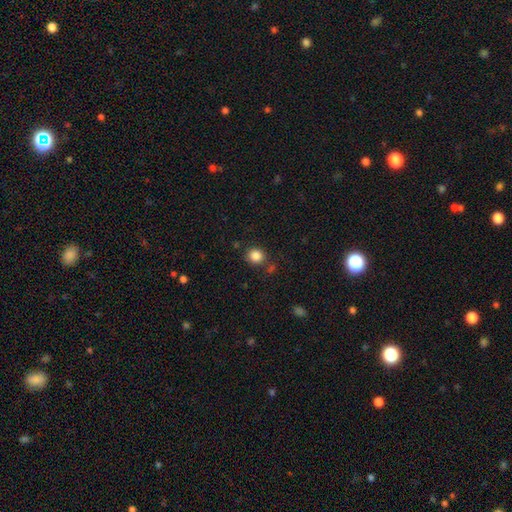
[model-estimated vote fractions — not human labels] Smooth or featured: smooth — 86% (star or artifact — 11%)
How rounded: round — 82% (in between — 17%)
Merging: none — 80% (minor disturbance — 11%)